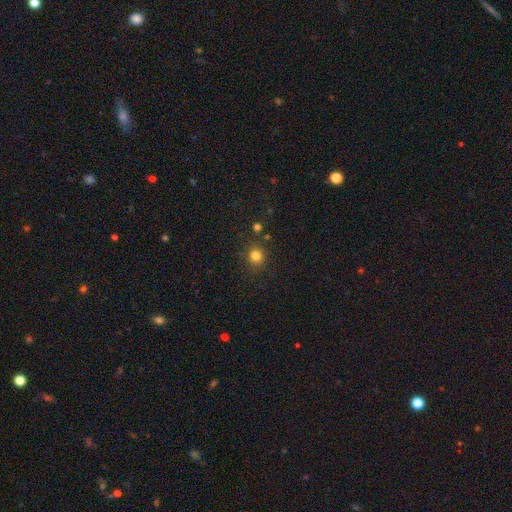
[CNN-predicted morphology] A smooth galaxy with no disk features (81%) that is round (88%). Merging: none (85%).